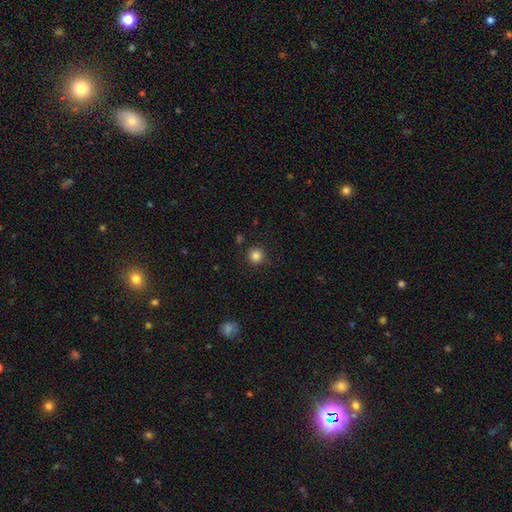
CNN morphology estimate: smooth_or_featured: smooth (p=0.84) [alt: star or artifact p=0.12]
how_rounded: round (p=0.95) [alt: in between p=0.04]
merging: none (p=0.88) [alt: minor disturbance p=0.07]